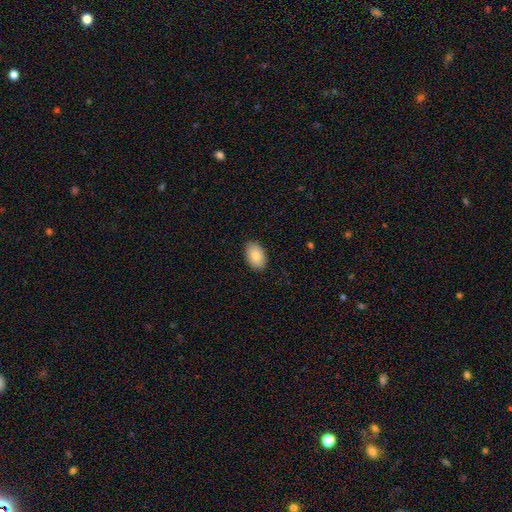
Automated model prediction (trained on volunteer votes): Morphology: type=smooth (86%); roundness=in between (92%); merging=none (88%).